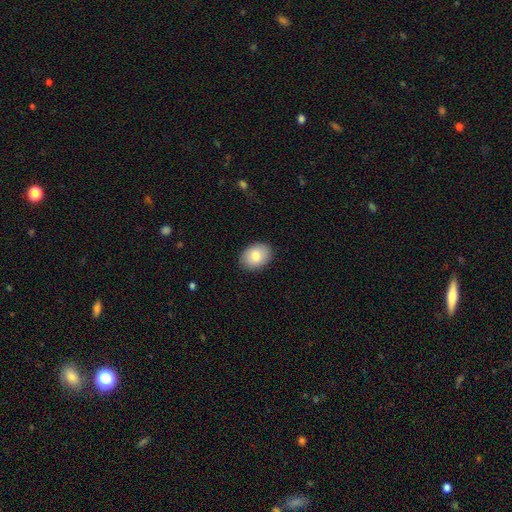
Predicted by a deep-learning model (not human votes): Overall: smooth (82%). How rounded: in between (72%). Merging: none (88%).